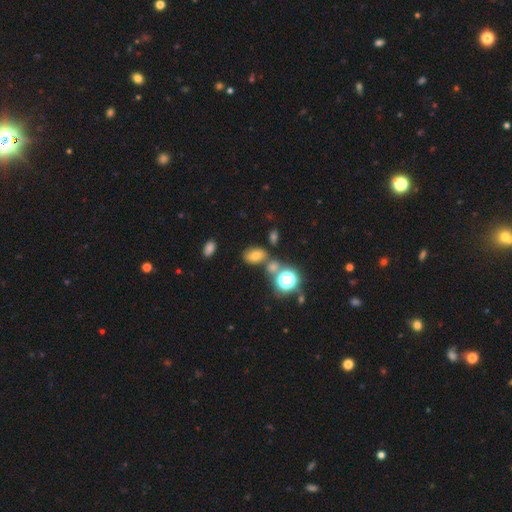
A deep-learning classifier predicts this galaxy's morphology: A smooth galaxy with no disk features (62%) that is in between round and cigar-shaped (80%). Merging: none (66%).